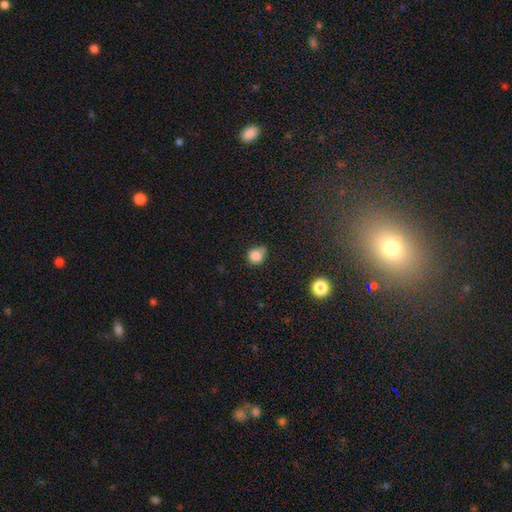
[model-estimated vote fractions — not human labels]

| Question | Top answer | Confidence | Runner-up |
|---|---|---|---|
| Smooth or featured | smooth | 83% | star or artifact (11%) |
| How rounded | round | 86% | in between (13%) |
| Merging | none | 59% | minor disturbance (24%) |